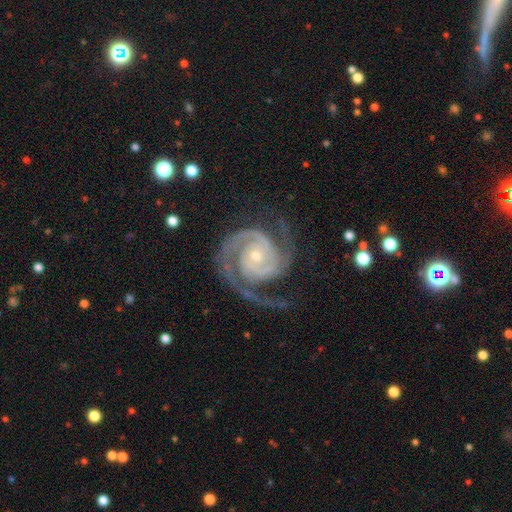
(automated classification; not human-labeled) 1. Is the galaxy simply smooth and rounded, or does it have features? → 93% featured or disk, 4% star or artifact, 3% smooth.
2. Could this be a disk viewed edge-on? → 98% no, 2% yes.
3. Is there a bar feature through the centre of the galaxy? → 72% no, 20% weak, 8% strong.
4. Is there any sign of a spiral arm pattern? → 99% yes, 1% no.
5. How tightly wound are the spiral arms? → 63% tight, 32% medium, 5% loose.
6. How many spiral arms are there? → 79% 2, 10% 3, 4% can't tell, 3% 1, 2% 4, 2% more than 4.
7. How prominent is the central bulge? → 66% small, 30% moderate, 2% large, 1% none, 1% dominant.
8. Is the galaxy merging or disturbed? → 71% none, 16% minor disturbance, 12% major disturbance, 2% merger.